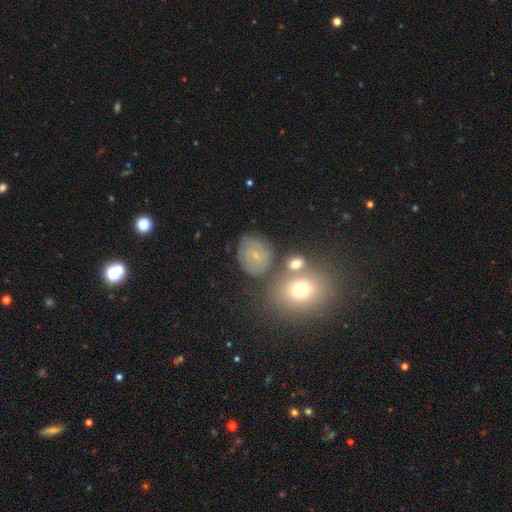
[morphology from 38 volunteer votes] A featured or disk galaxy (71%) with no bar (48%), 2 (50%) tight (50%) spiral arms (89%) and a small central bulge (89%).

Vote fractions:
- Smooth or featured? featured or disk: 71% / smooth: 26% / star or artifact: 3%
- Edge-on disk? no: 100% / yes: 0%
- Bar? no: 48% / weak: 44% / strong: 7%
- Spiral arms? yes: 89% / no: 11%
- Spiral winding? tight: 50% / medium: 46% / loose: 4%
- Spiral arm count? 2: 50% / can't tell: 33% / 3: 12% / 4: 4% / 1: 0% / more than 4: 0%
- Bulge size? small: 89% / moderate: 11% / dominant: 0% / large: 0% / none: 0%
- Merging? none: 68% / minor disturbance: 22% / major disturbance: 11% / merger: 0%